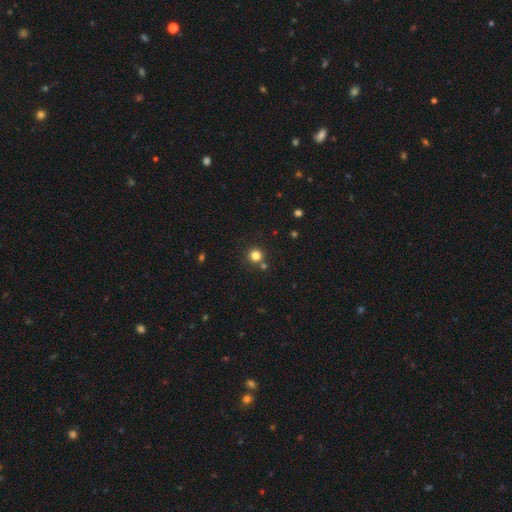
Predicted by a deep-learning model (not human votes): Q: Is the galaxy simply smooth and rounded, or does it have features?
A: smooth — 80%.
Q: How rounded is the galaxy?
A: round — 94%.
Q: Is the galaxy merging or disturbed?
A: none — 80%.